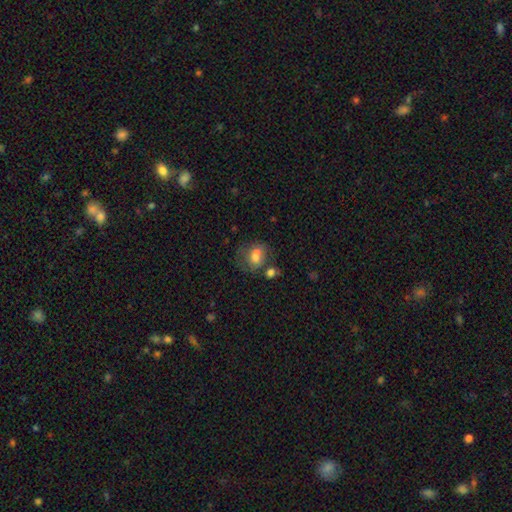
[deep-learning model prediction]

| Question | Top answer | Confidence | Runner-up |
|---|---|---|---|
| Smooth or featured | smooth | 67% | featured or disk (22%) |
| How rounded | in between | 57% | round (41%) |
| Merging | none | 35% | merger (34%) |